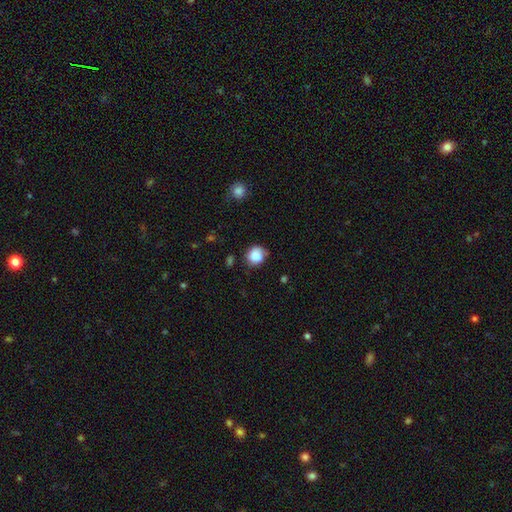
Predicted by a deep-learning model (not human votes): A smooth galaxy with no disk features (81%) that is round (75%). Merging: none (57%).